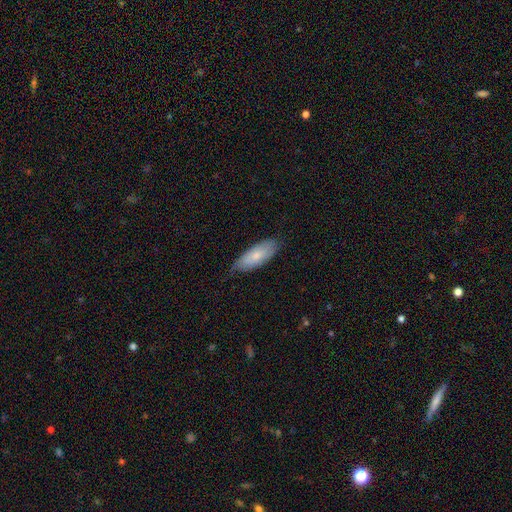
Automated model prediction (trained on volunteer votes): This is likely a smooth galaxy (74%). How rounded: likely in between (74%). Merging: likely none (71%).